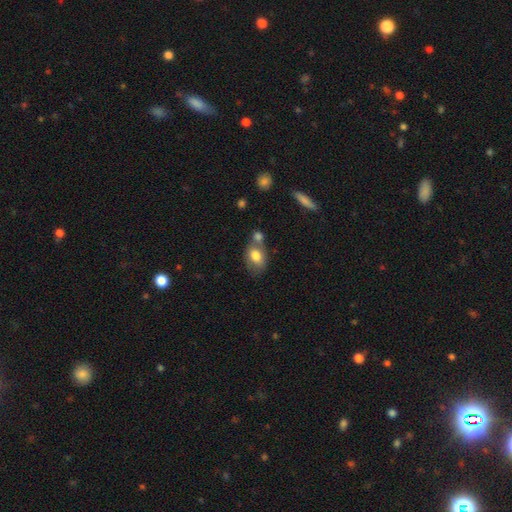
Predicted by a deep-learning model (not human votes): The model was most divided on "merging": none: 40%, merger: 37%, minor disturbance: 16%, major disturbance: 7%. More confident: how rounded — in between (80%); smooth or featured — smooth (77%).